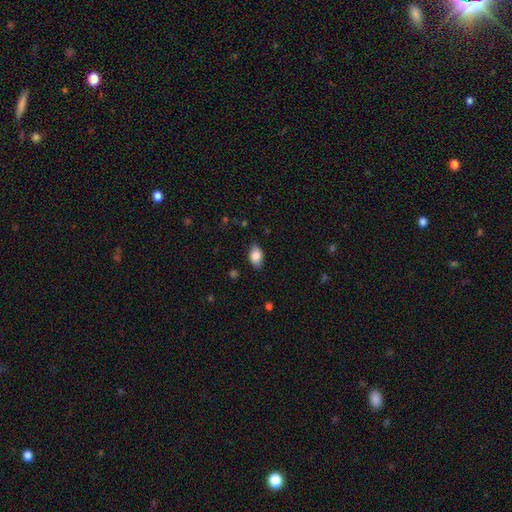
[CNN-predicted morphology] type=smooth (82%); roundness=in between (90%); merging=none (82%).